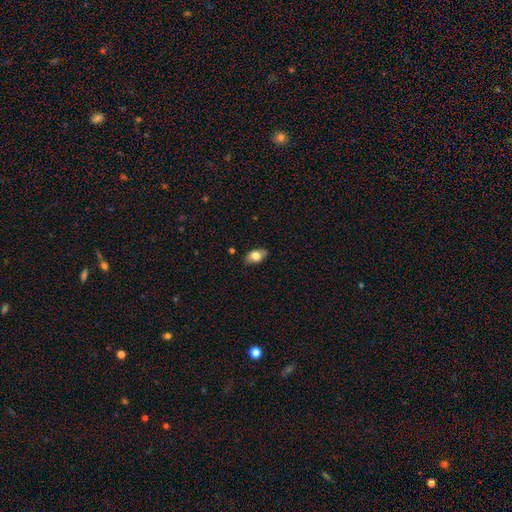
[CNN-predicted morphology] Smooth or featured?
  - smooth: 78% *
  - featured or disk: 15%
  - star or artifact: 7%
How rounded?
  - in between: 89% *
  - round: 9%
  - cigar-shaped: 2%
Merging?
  - none: 85% *
  - minor disturbance: 12%
  - major disturbance: 2%
  - merger: 1%